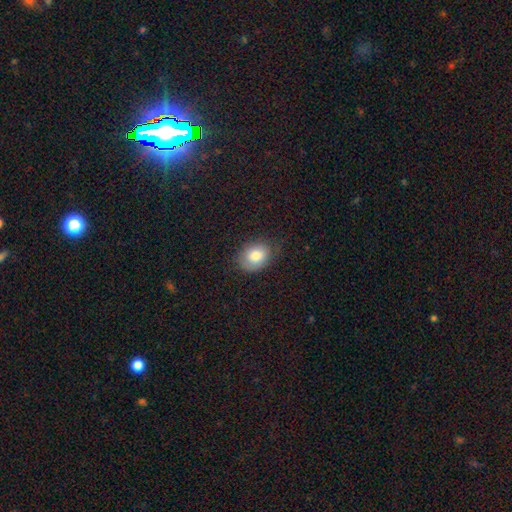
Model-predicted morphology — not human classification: smooth-or-featured: smooth: 81% | featured or disk: 11% | star or artifact: 8%
  how-rounded: in between: 64% | round: 35% | cigar-shaped: 1%
  merging: none: 71% | minor disturbance: 21% | major disturbance: 6% | merger: 1%